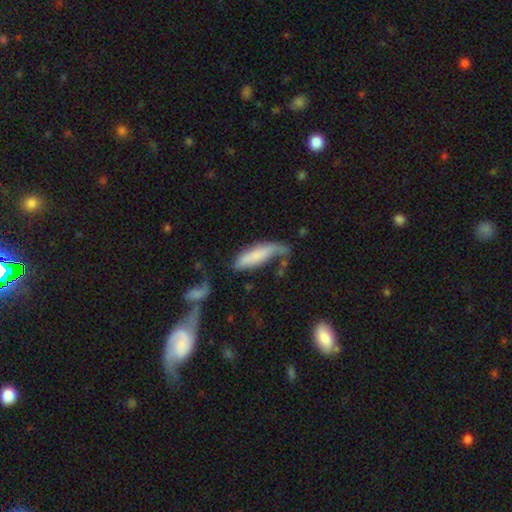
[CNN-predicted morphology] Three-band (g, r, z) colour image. It shows a smooth galaxy with no disk features (70%) that is cigar-shaped (62%). Merging: none (31%).